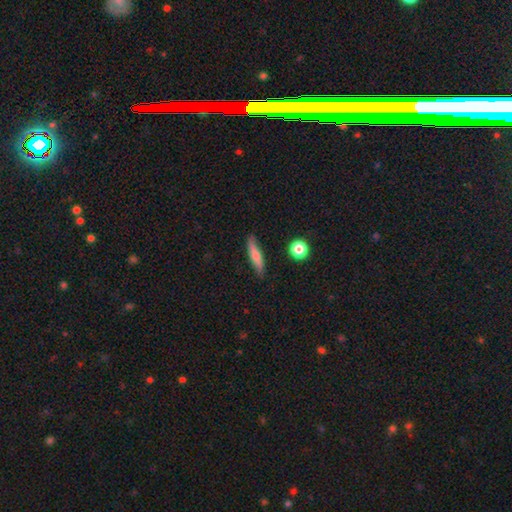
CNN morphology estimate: smooth-or-featured: smooth: 63% | featured or disk: 30% | star or artifact: 7%
  how-rounded: cigar-shaped: 79% | in between: 18% | round: 3%
  merging: none: 80% | minor disturbance: 16% | major disturbance: 3% | merger: 2%